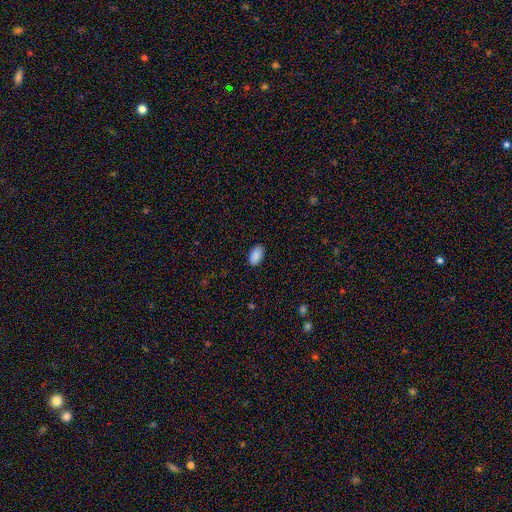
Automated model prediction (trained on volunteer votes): smooth_or_featured: smooth (p=0.89) [alt: star or artifact p=0.07]
how_rounded: in between (p=0.94) [alt: round p=0.04]
merging: none (p=0.88) [alt: minor disturbance p=0.09]